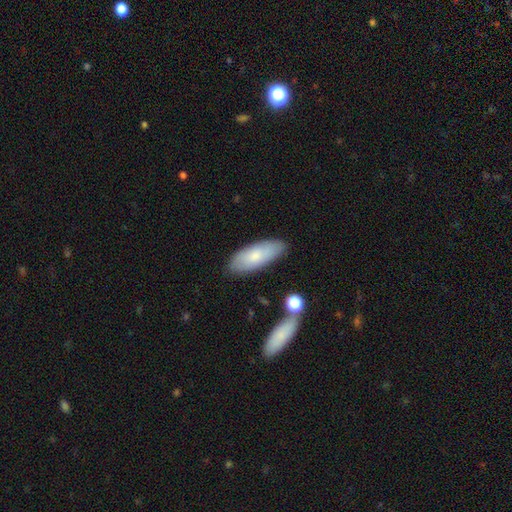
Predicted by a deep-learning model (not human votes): smooth 75%, featured or disk 19%, star or artifact 6%. Down the decision tree: how rounded — in between (76%); merging — none (79%).